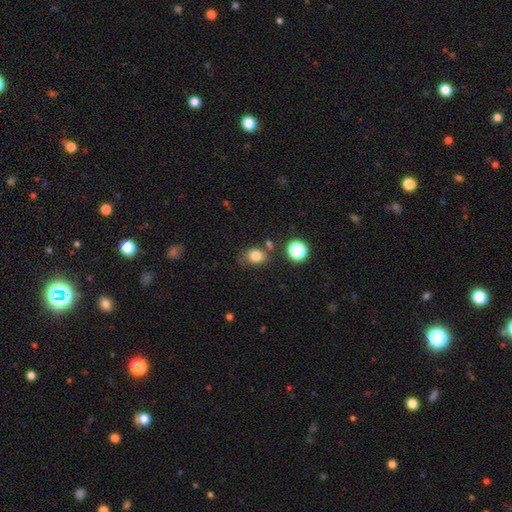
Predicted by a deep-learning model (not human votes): A smooth galaxy with no disk features (81%) that is in between round and cigar-shaped (50%). Merging: none (62%).